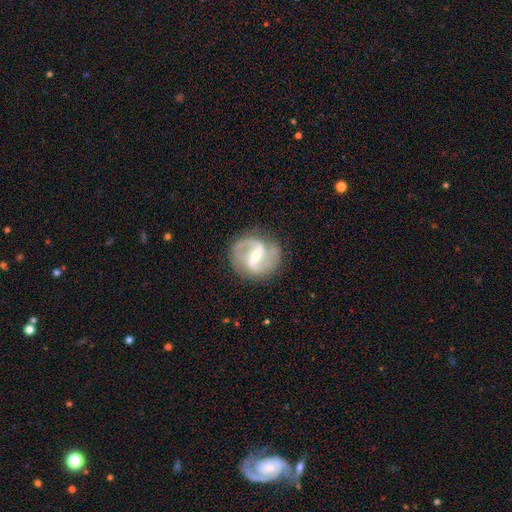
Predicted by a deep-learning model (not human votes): smooth_or_featured: featured or disk (p=0.89) [alt: smooth p=0.06]
disk_edge_on: no (p=0.97) [alt: yes p=0.03]
bar: strong (p=0.48) [alt: weak p=0.38]
has_spiral_arms: yes (p=0.96) [alt: no p=0.04]
spiral_winding: medium (p=0.52) [alt: loose p=0.32]
spiral_arm_count: 2 (p=0.90) [alt: can't tell p=0.03]
bulge_size: small (p=0.56) [alt: moderate p=0.41]
merging: none (p=0.81) [alt: minor disturbance p=0.13]